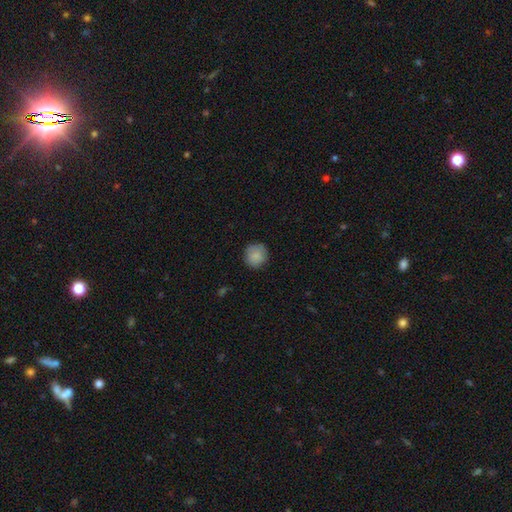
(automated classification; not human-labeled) This appears to be a smooth galaxy with no disk features (86%) that is round (92%). Merging: none (82%).